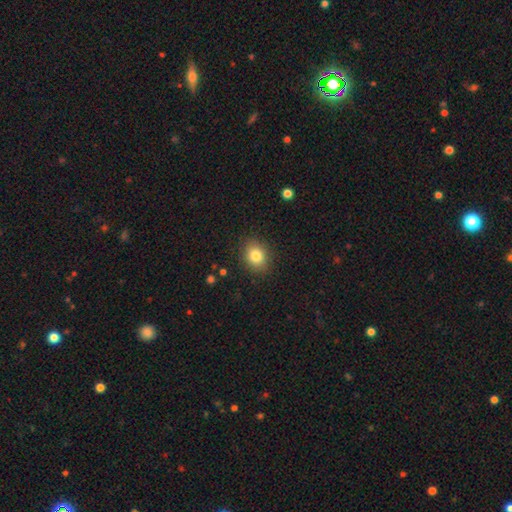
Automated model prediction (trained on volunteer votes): Smooth or featured? smooth (82%)
How rounded? round (58%)
Merging? none (88%)